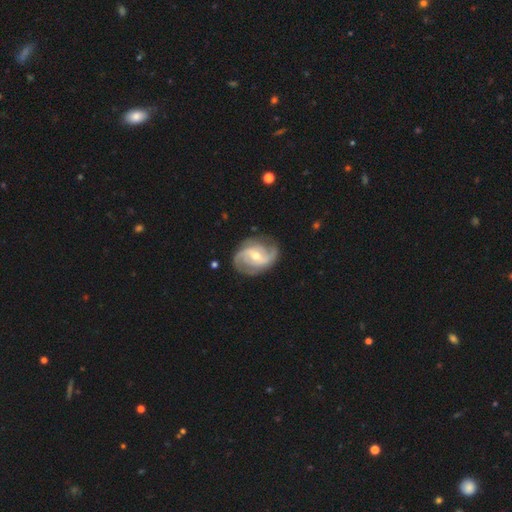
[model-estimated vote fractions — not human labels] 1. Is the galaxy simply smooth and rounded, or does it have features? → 88% featured or disk, 8% smooth, 5% star or artifact.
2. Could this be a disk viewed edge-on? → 98% no, 2% yes.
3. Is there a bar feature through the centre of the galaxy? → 48% weak, 31% no, 22% strong.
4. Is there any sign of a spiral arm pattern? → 96% yes, 4% no.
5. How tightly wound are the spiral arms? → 49% medium, 26% loose, 24% tight.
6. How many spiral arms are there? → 72% 2, 13% 3, 8% can't tell, 3% 1, 3% 4, 2% more than 4.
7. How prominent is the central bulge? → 56% moderate, 40% small, 2% large, 1% none, 1% dominant.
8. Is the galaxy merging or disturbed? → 78% none, 15% minor disturbance, 6% major disturbance, 1% merger.